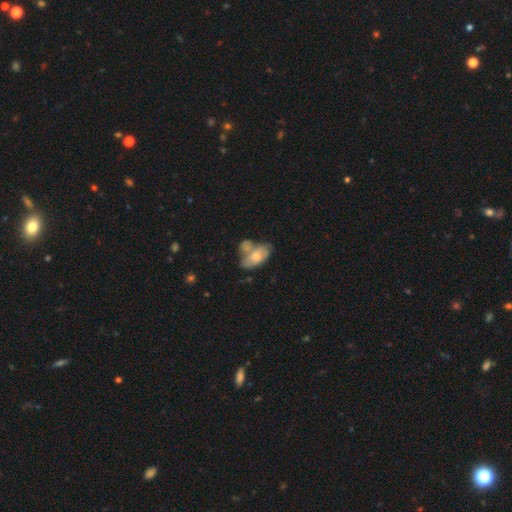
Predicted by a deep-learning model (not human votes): Q: Smooth or featured?
A: smooth (52%); runner-up: featured or disk (41%)
Q: How rounded?
A: in between (90%); runner-up: round (7%)
Q: Merging?
A: merger (43%); runner-up: none (28%)